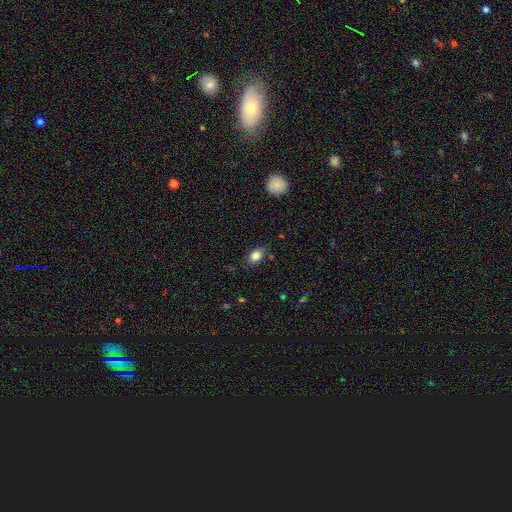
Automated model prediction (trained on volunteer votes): Q: Smooth or featured?
A: smooth (84%); runner-up: star or artifact (9%)
Q: How rounded?
A: in between (77%); runner-up: round (21%)
Q: Merging?
A: none (79%); runner-up: minor disturbance (16%)